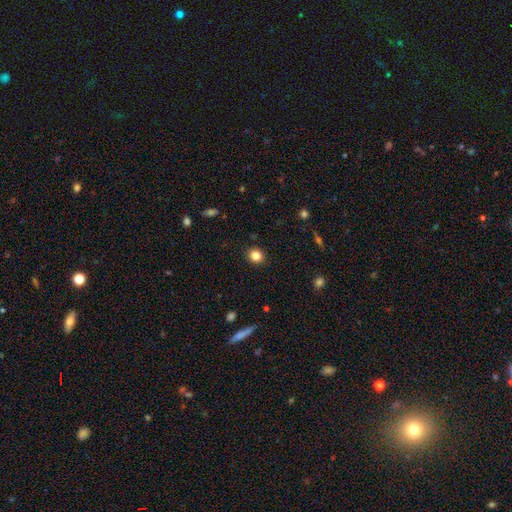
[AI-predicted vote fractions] Smooth or featured? Predicted: smooth (p=0.83). How rounded? Predicted: round (p=0.73). Merging? Predicted: none (p=0.90).